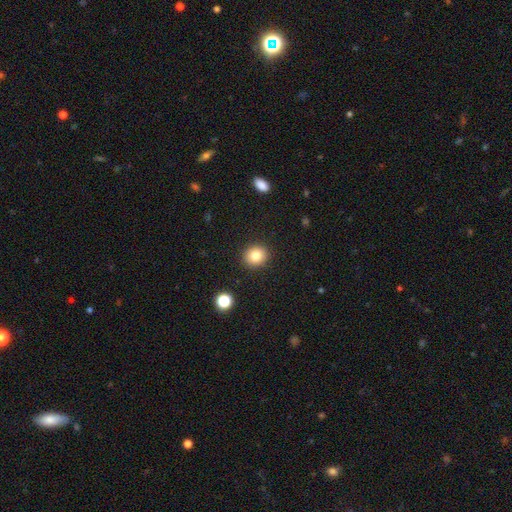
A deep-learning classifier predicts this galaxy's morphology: Smooth or featured?
  - smooth: 82% *
  - star or artifact: 10%
  - featured or disk: 7%
How rounded?
  - round: 77% *
  - in between: 22%
  - cigar-shaped: 1%
Merging?
  - none: 90% *
  - minor disturbance: 6%
  - major disturbance: 2%
  - merger: 1%